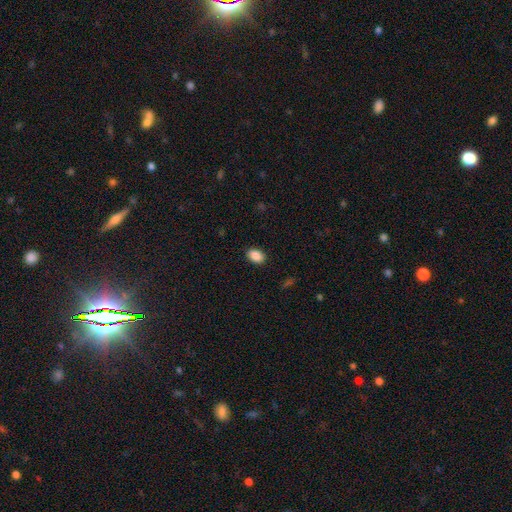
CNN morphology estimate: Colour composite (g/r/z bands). It shows a smooth galaxy with no disk features (90%) that is in between round and cigar-shaped (83%). Merging: none (89%).